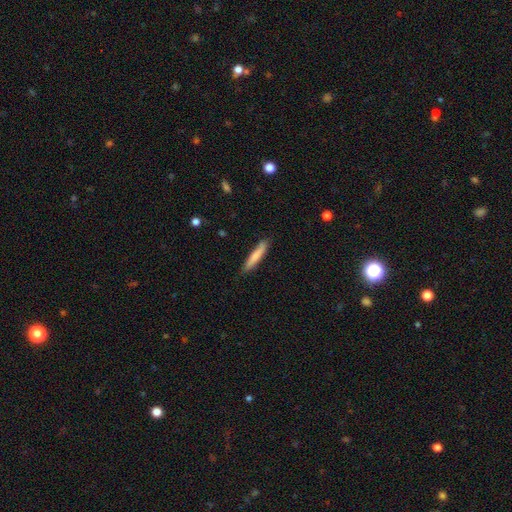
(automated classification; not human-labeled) smooth_or_featured: smooth (p=0.76) [alt: featured or disk p=0.18]
how_rounded: cigar-shaped (p=0.90) [alt: in between p=0.08]
merging: none (p=0.83) [alt: minor disturbance p=0.13]